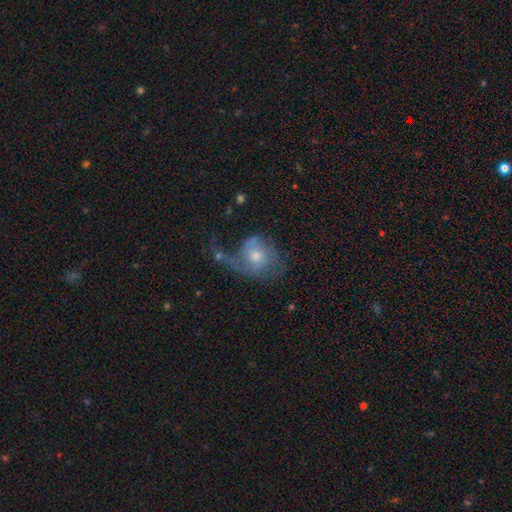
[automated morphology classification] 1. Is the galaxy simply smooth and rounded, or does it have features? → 57% featured or disk, 34% smooth, 9% star or artifact.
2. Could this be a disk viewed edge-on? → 97% no, 3% yes.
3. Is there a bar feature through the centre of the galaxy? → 76% no, 20% weak, 3% strong.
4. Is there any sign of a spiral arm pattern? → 74% yes, 26% no.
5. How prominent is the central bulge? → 54% moderate, 37% small, 5% large, 2% none, 1% dominant.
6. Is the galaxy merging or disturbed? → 46% major disturbance, 28% none, 18% minor disturbance, 8% merger.